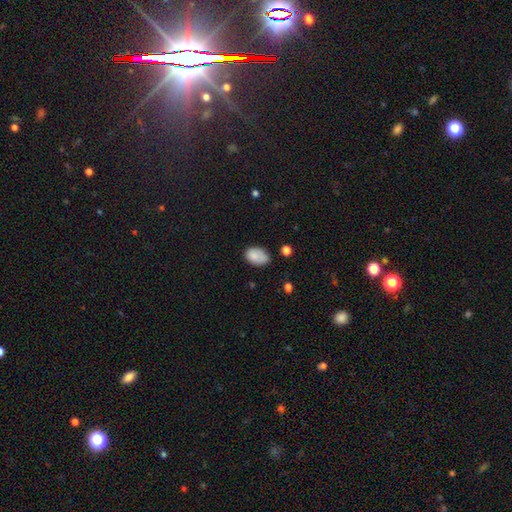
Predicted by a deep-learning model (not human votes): Smooth or featured: smooth — 83% (featured or disk — 9%)
How rounded: in between — 87% (round — 12%)
Merging: none — 59% (minor disturbance — 30%)